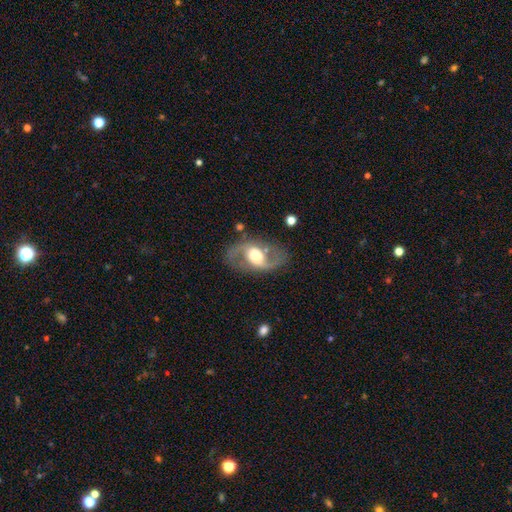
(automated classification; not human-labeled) This is clearly a featured or disk galaxy (86%). It is clearly not viewed edge-on (97%). Bar: marginally weak (40%, tied with no). Spiral arm pattern: clearly yes (93%). Spiral arm count: clearly 2 (93%). Spiral winding: possibly medium (47%). Central bulge: possibly moderate (59%). Merging: likely none (79%).